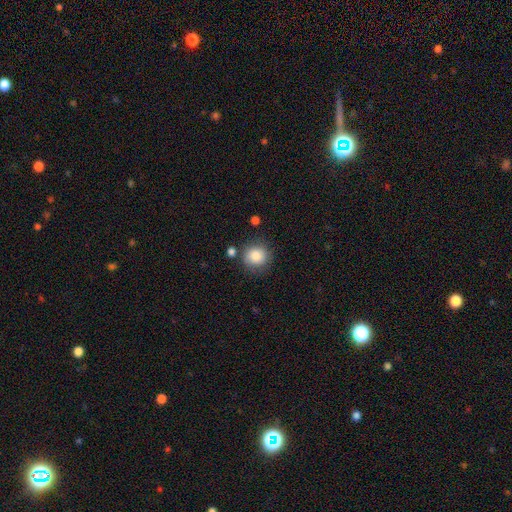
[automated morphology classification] A smooth galaxy with no disk features (83%) that is round (89%).

Vote fractions:
- Smooth or featured? smooth: 83% / star or artifact: 9% / featured or disk: 8%
- How rounded? round: 89% / in between: 10% / cigar-shaped: 1%
- Merging? none: 78% / minor disturbance: 13% / merger: 5% / major disturbance: 4%